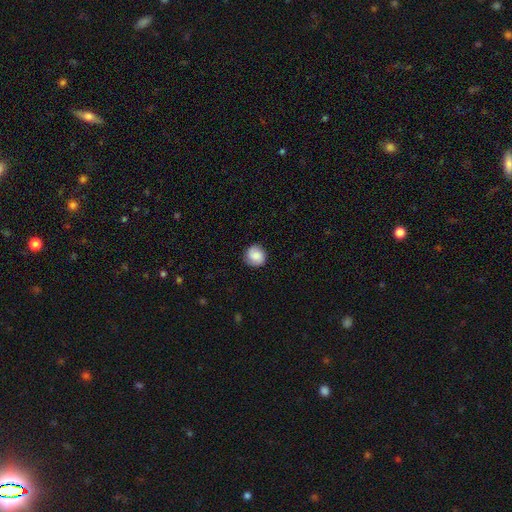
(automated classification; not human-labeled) smooth-or-featured: smooth: 82% | featured or disk: 11% | star or artifact: 8%
  how-rounded: round: 90% | in between: 9% | cigar-shaped: 1%
  merging: none: 86% | minor disturbance: 10% | major disturbance: 3% | merger: 1%